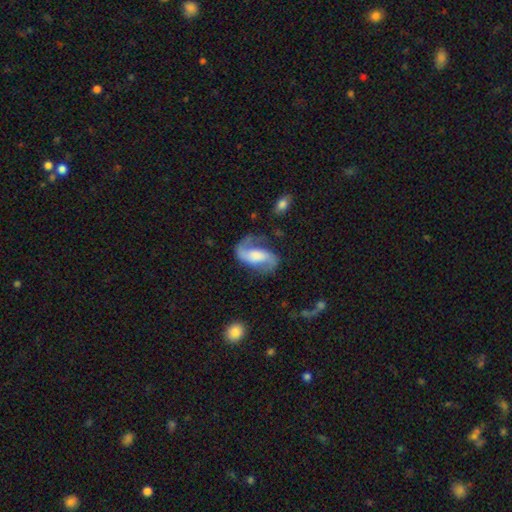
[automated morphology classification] A featured or disk galaxy (83%) with a weak bar (39%), 2 (90%) loose (53%) spiral arms (96%) and a large central bulge (32%).

Vote fractions:
- Smooth or featured? featured or disk: 83% / smooth: 11% / star or artifact: 6%
- Edge-on disk? no: 97% / yes: 3%
- Bar? weak: 39% / no: 38% / strong: 24%
- Spiral arms? yes: 96% / no: 4%
- Spiral winding? loose: 53% / medium: 38% / tight: 9%
- Spiral arm count? 2: 90% / 1: 5% / can't tell: 2% / 3: 1% / 4: 1% / more than 4: 1%
- Bulge size? large: 32% / moderate: 26% / none: 20% / small: 15% / dominant: 6%
- Merging? none: 66% / minor disturbance: 18% / major disturbance: 13% / merger: 3%